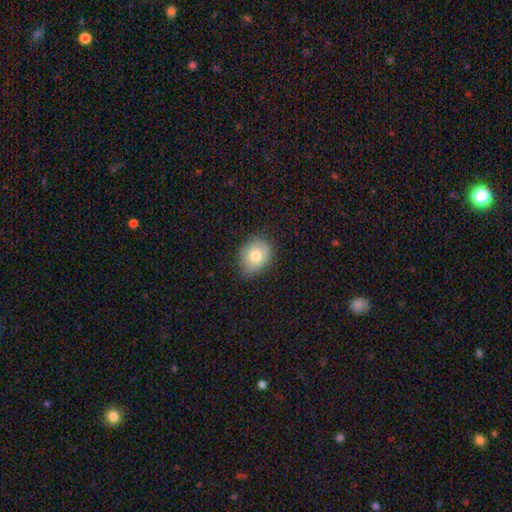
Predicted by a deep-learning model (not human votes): smooth 75%, featured or disk 16%, star or artifact 9%. Down the decision tree: how rounded — round (50%); merging — none (74%).